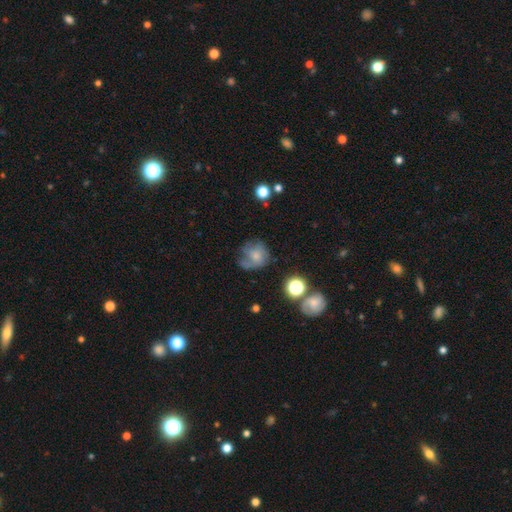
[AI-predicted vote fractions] Overall: smooth (53%; featured or disk 33%). How rounded: round (76%). Merging: none (43%; major disturbance 27%).